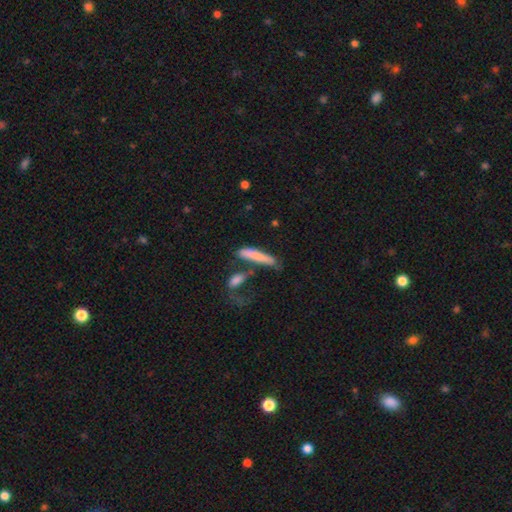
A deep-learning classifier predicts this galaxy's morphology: smooth_or_featured: smooth (p=0.72) [alt: featured or disk p=0.20]
how_rounded: cigar-shaped (p=0.84) [alt: in between p=0.14]
merging: none (p=0.49) [alt: merger p=0.23]